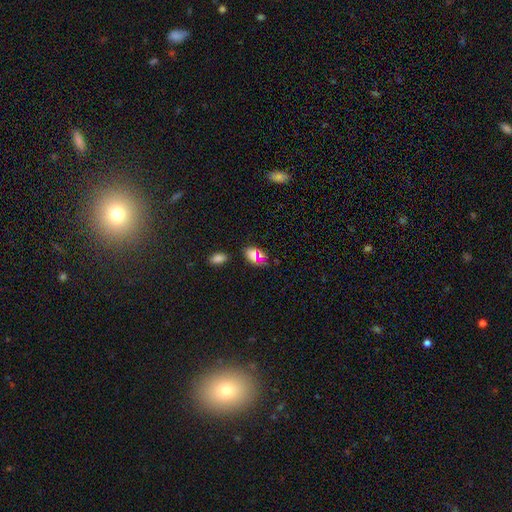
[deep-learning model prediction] Smooth or featured? smooth (68%)
How rounded? in between (85%)
Merging? none (74%)